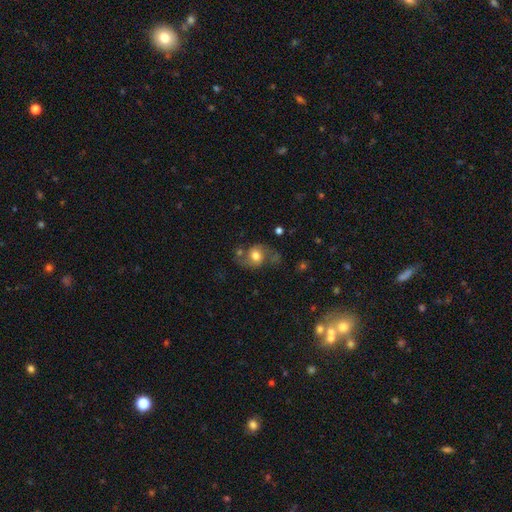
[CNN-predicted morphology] Overall: smooth (52%; featured or disk 38%). How rounded: round (53%; in between 45%). Merging: none (53%; minor disturbance 23%).